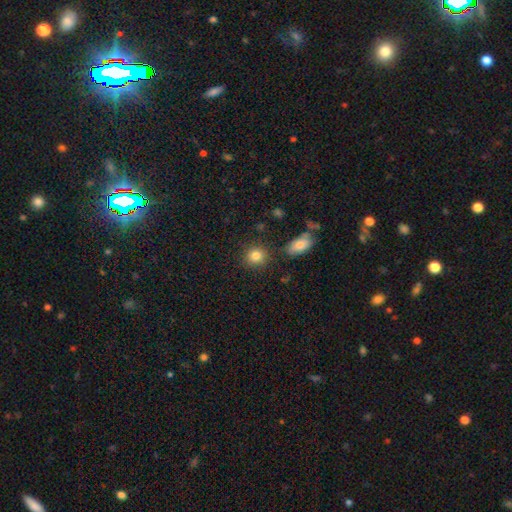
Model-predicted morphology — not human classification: smooth 83%, star or artifact 11%, featured or disk 6%. Down the decision tree: how rounded — round (85%); merging — none (85%).